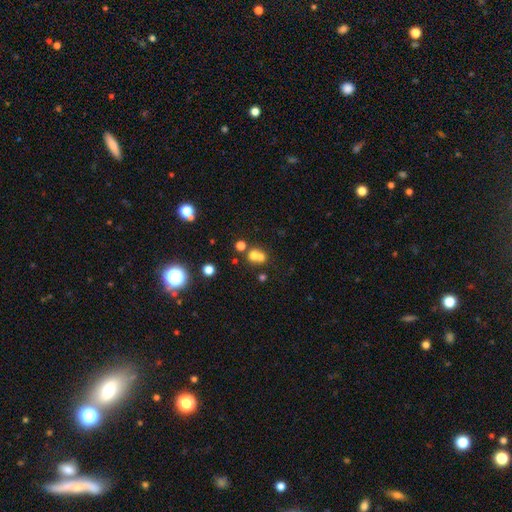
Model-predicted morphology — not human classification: The model was most divided on "merging": merger: 57%, none: 35%, minor disturbance: 5%, major disturbance: 3%. More confident: how rounded — round (81%); smooth or featured — smooth (65%).